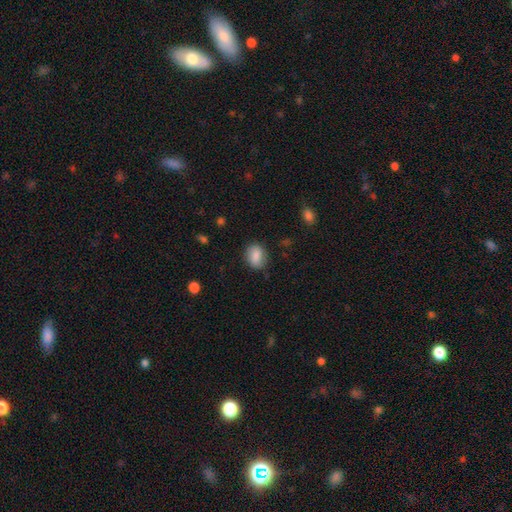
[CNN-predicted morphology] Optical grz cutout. It shows a smooth galaxy with no disk features (84%) that is in between round and cigar-shaped (62%). Merging: none (79%).